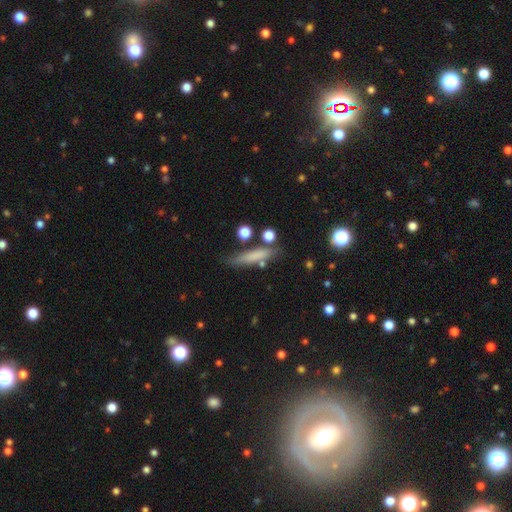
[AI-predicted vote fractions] Smooth or featured? smooth (72%)
How rounded? cigar-shaped (84%)
Merging? none (74%)